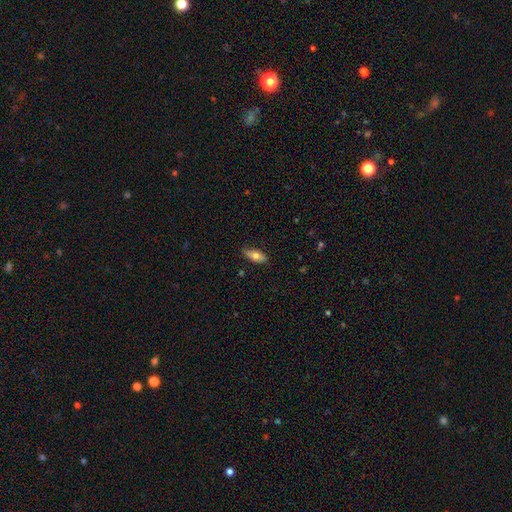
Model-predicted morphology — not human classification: A smooth galaxy with no disk features (72%) that is in between round and cigar-shaped (83%).

Vote fractions:
- Smooth or featured? smooth: 72% / featured or disk: 21% / star or artifact: 7%
- How rounded? in between: 83% / cigar-shaped: 14% / round: 3%
- Merging? none: 80% / minor disturbance: 16% / major disturbance: 2% / merger: 1%